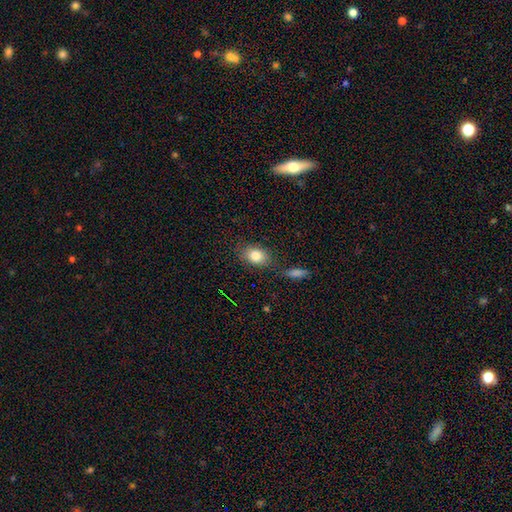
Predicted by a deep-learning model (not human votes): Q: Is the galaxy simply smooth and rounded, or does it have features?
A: smooth — 81%.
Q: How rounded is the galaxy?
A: in between — 75%.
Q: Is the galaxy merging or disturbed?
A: none — 76%.